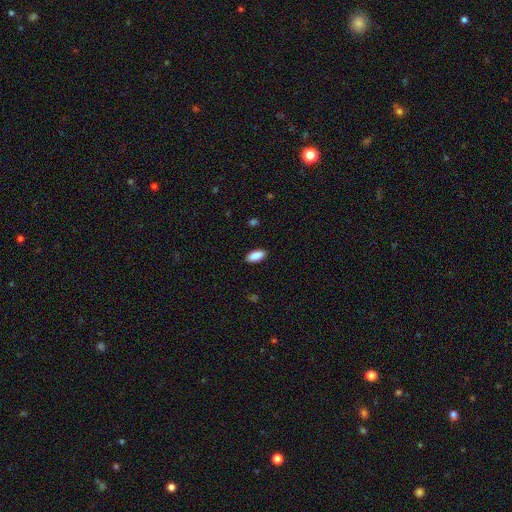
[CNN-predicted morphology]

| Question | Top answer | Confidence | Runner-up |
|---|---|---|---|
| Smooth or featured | smooth | 90% | star or artifact (7%) |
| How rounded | in between | 88% | cigar-shaped (10%) |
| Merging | none | 89% | minor disturbance (8%) |